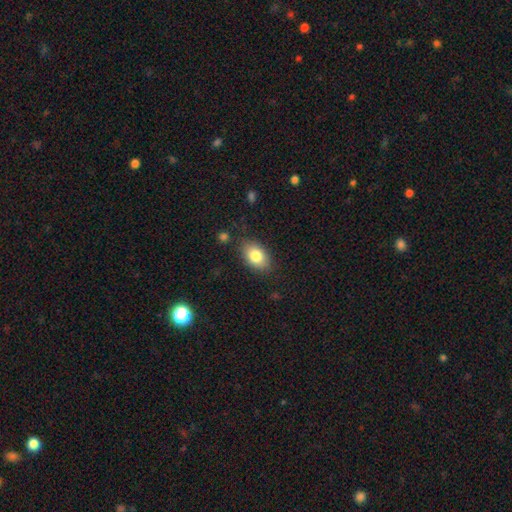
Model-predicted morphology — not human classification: A smooth galaxy with no disk features (82%) that is in between round and cigar-shaped (87%). Merging: none (83%).